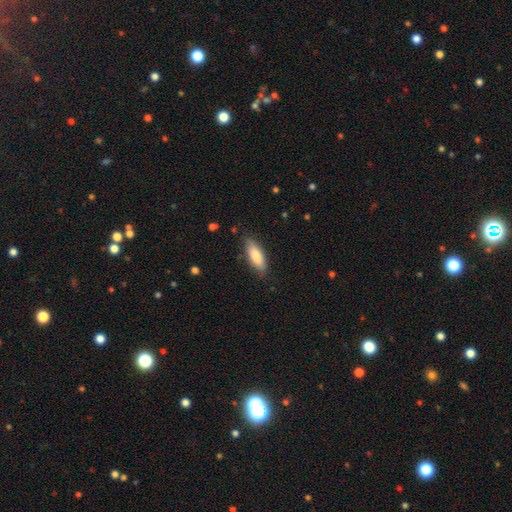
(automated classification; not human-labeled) A smooth galaxy with no disk features (77%) that is in between round and cigar-shaped (61%).

Vote fractions:
- Smooth or featured? smooth: 77% / featured or disk: 17% / star or artifact: 6%
- How rounded? in between: 61% / cigar-shaped: 37% / round: 2%
- Merging? none: 81% / minor disturbance: 15% / major disturbance: 3% / merger: 1%